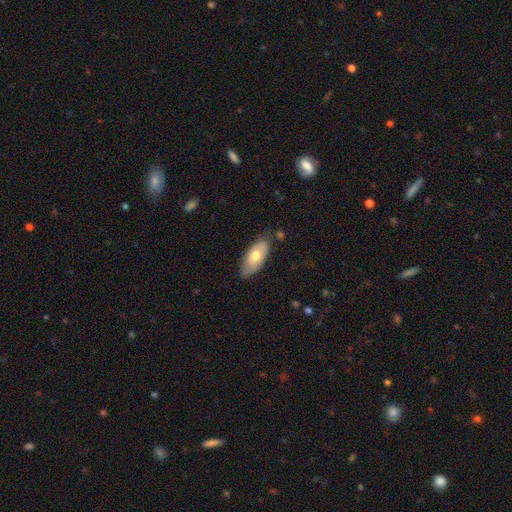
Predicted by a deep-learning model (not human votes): smooth-or-featured: smooth: 62% | featured or disk: 32% | star or artifact: 6%
  how-rounded: in between: 89% | cigar-shaped: 9% | round: 2%
  merging: none: 74% | minor disturbance: 20% | major disturbance: 3% | merger: 3%